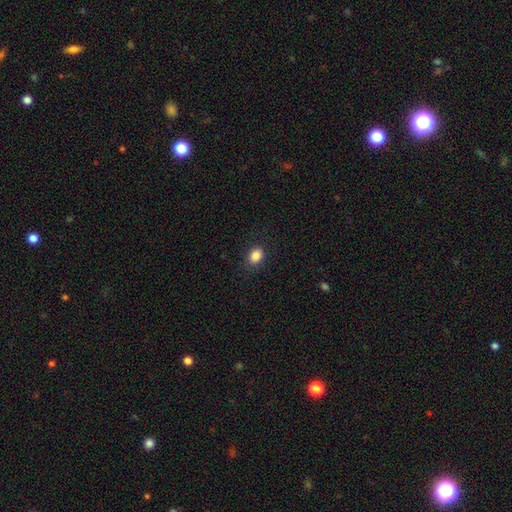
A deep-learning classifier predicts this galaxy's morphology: Smooth or featured?
  - smooth: 87% *
  - star or artifact: 9%
  - featured or disk: 4%
How rounded?
  - in between: 65% *
  - round: 34%
  - cigar-shaped: 1%
Merging?
  - none: 86% *
  - minor disturbance: 10%
  - major disturbance: 3%
  - merger: 1%